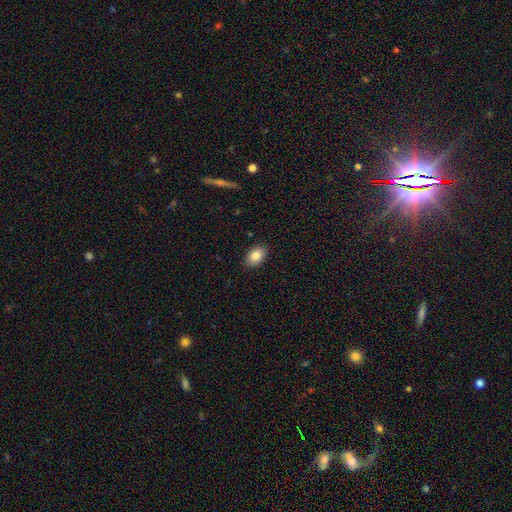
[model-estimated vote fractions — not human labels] smooth_or_featured: smooth (p=0.86) [alt: star or artifact p=0.07]
how_rounded: in between (p=0.89) [alt: round p=0.10]
merging: none (p=0.88) [alt: minor disturbance p=0.09]